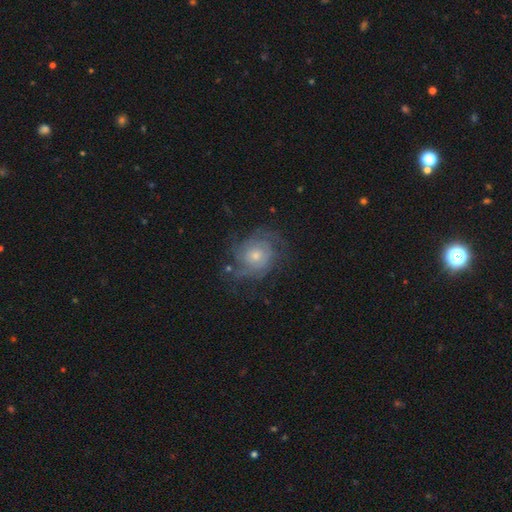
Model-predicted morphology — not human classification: This appears to be a featured or disk galaxy (74%) with no bar (79%), tight (53%) spiral arms (90%) and a small central bulge (49%). Merging: none (68%).